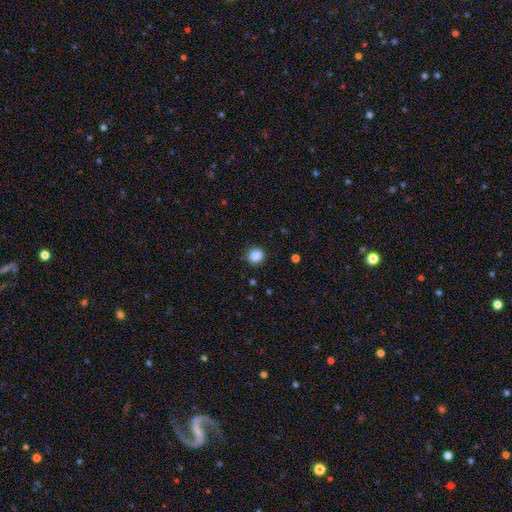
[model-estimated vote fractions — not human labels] Smooth or featured? Predicted: smooth (p=0.86). How rounded? Predicted: round (p=0.83). Merging? Predicted: none (p=0.87).